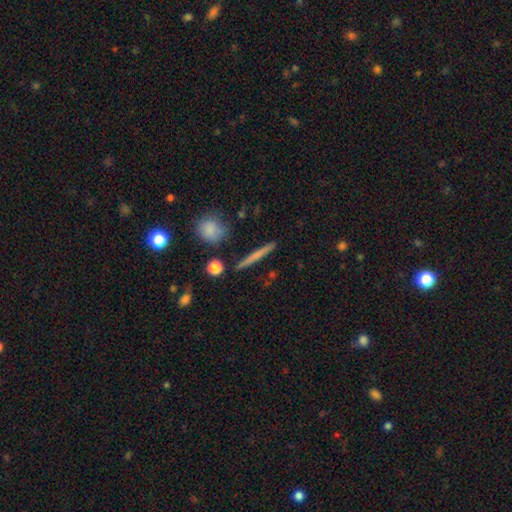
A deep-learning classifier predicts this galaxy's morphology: Smooth or featured?
  - smooth: 55% *
  - featured or disk: 38%
  - star or artifact: 8%
How rounded?
  - cigar-shaped: 92% *
  - in between: 4%
  - round: 4%
Merging?
  - none: 90% *
  - minor disturbance: 6%
  - merger: 2%
  - major disturbance: 2%